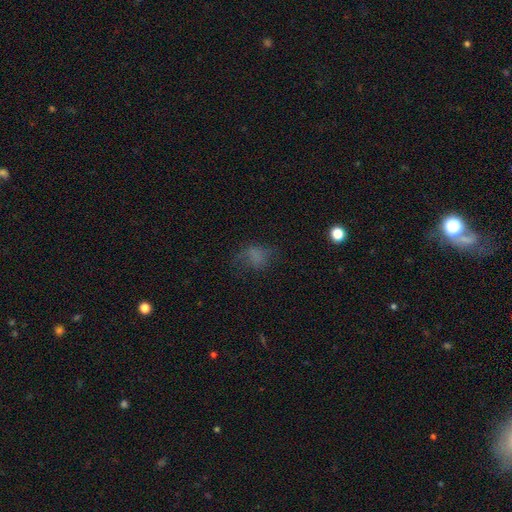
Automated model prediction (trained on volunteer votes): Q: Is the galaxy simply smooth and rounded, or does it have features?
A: smooth — 61%.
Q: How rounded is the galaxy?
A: in between — 64%.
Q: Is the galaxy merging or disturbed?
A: none — 49%.